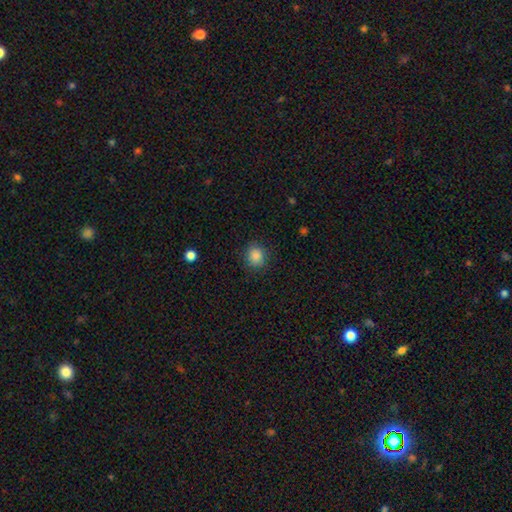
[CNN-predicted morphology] This appears to be a smooth galaxy with no disk features (86%) that is round (77%). Merging: none (88%).